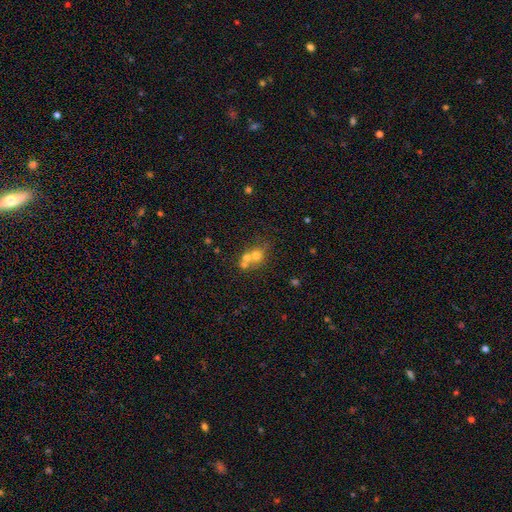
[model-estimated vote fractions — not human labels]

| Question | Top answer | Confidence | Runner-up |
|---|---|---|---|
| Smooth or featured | smooth | 53% | star or artifact (25%) |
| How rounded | round | 76% | in between (23%) |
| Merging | merger | 50% | none (39%) |